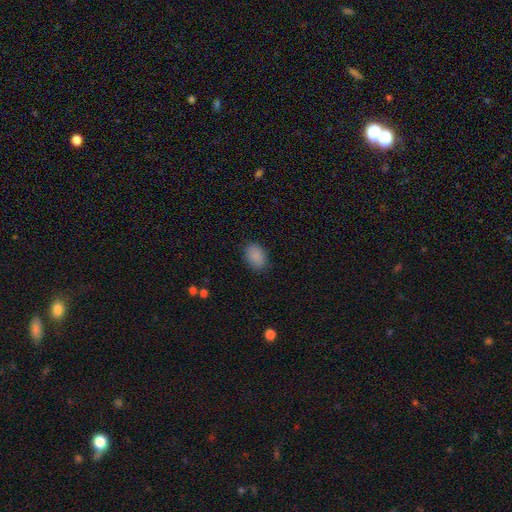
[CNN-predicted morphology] Q: Smooth or featured?
A: smooth (88%); runner-up: star or artifact (8%)
Q: How rounded?
A: in between (82%); runner-up: round (17%)
Q: Merging?
A: none (85%); runner-up: minor disturbance (11%)